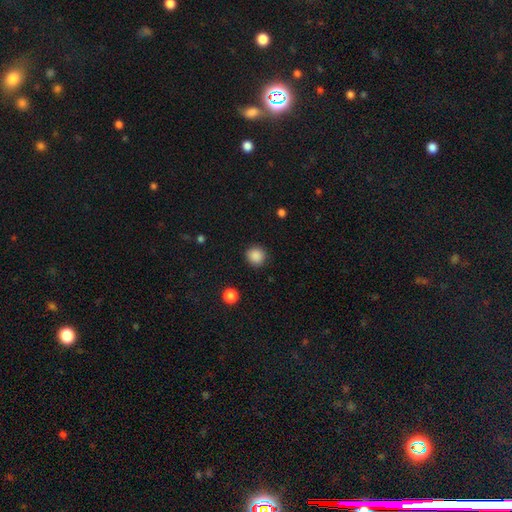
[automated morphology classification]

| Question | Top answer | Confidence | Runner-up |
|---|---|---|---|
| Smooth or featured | smooth | 87% | star or artifact (10%) |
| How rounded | round | 91% | in between (8%) |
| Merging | none | 89% | minor disturbance (7%) |